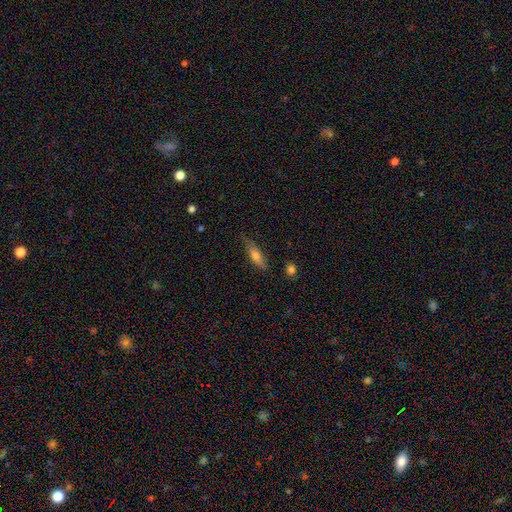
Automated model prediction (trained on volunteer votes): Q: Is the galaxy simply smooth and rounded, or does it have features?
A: smooth — 65%.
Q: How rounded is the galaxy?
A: cigar-shaped — 54%.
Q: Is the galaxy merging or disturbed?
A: none — 66%.